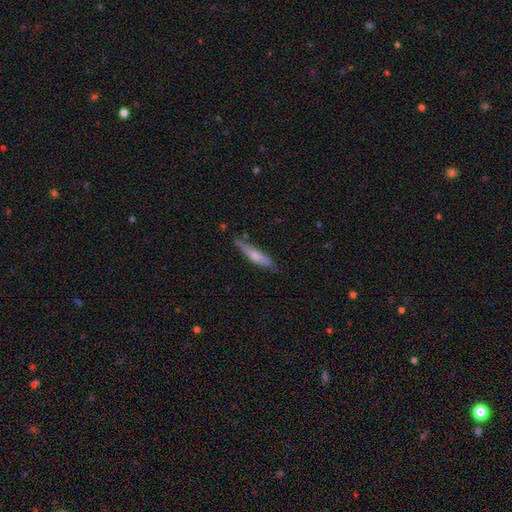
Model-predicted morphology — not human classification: Overall: smooth (59%; featured or disk 35%). How rounded: cigar-shaped (84%). Merging: none (66%).